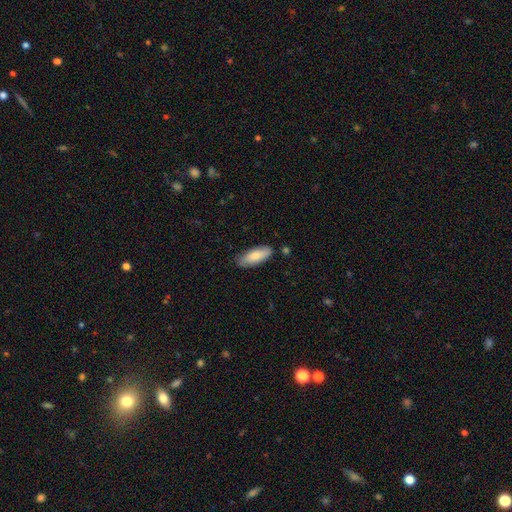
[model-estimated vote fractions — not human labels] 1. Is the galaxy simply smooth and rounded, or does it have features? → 81% smooth, 14% featured or disk, 6% star or artifact.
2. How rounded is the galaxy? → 76% in between, 22% cigar-shaped, 2% round.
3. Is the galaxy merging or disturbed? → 80% none, 15% minor disturbance, 2% major disturbance, 2% merger.